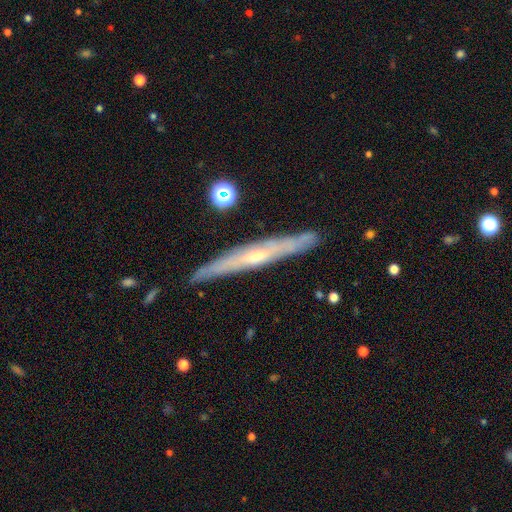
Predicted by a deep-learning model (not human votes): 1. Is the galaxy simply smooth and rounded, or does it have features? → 72% featured or disk, 21% smooth, 7% star or artifact.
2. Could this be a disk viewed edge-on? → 91% yes, 9% no.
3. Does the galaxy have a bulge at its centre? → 61% rounded, 36% none, 3% boxy.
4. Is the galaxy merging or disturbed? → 86% none, 11% minor disturbance, 2% merger, 2% major disturbance.